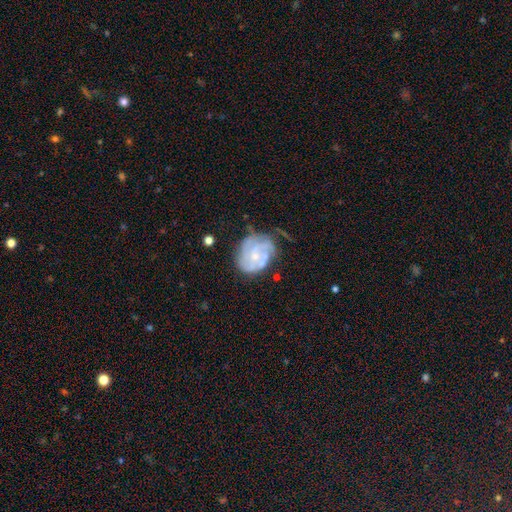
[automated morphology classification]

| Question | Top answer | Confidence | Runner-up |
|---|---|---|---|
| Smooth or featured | featured or disk | 74% | smooth (19%) |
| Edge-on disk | no | 98% | yes (2%) |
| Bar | no | 75% | weak (22%) |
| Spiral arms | yes | 84% | no (16%) |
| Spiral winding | tight | 56% | medium (33%) |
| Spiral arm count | can't tell | 36% | 3 (25%) |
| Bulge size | small | 63% | moderate (25%) |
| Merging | none | 53% | minor disturbance (27%) |